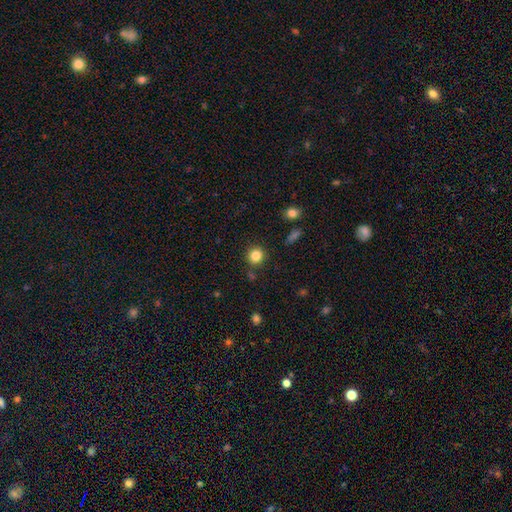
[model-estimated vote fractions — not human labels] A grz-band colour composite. It shows a smooth galaxy with no disk features (84%) that is round (91%). Merging: none (86%).